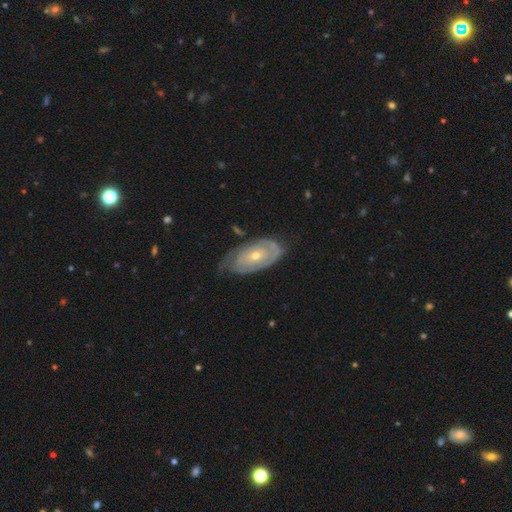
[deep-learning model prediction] Morphology: type=featured or disk (74%); edge-on=no (92%); bar=no (79%); spiral arms=yes (74%); winding=tight (75%); arm count=can't tell (49%); bulge=small (55%); merging=none (58%).